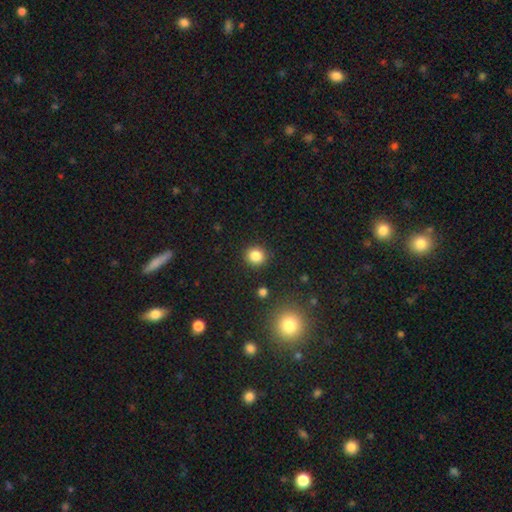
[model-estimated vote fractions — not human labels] Smooth or featured? smooth (84%)
How rounded? round (90%)
Merging? none (90%)